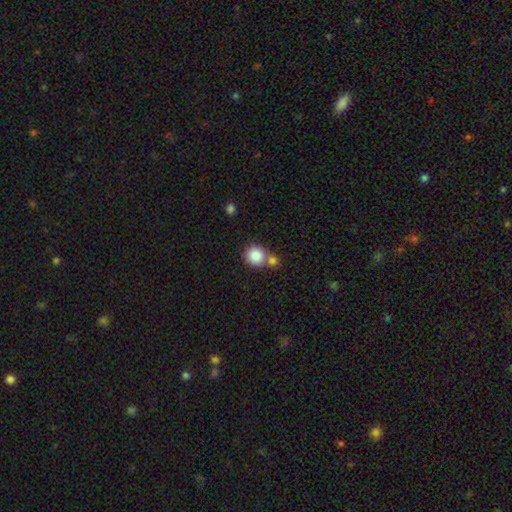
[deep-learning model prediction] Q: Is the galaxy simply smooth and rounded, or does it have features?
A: smooth — 86%.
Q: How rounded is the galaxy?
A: round — 89%.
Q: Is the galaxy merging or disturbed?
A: none — 54%.